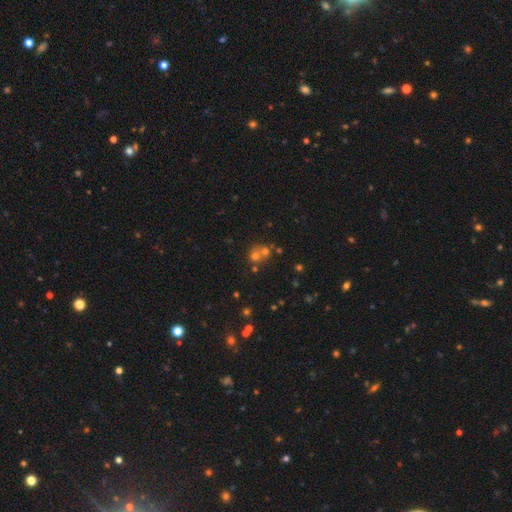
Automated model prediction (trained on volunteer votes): Smooth or featured? smooth (57%)
How rounded? round (83%)
Merging? merger (46%)